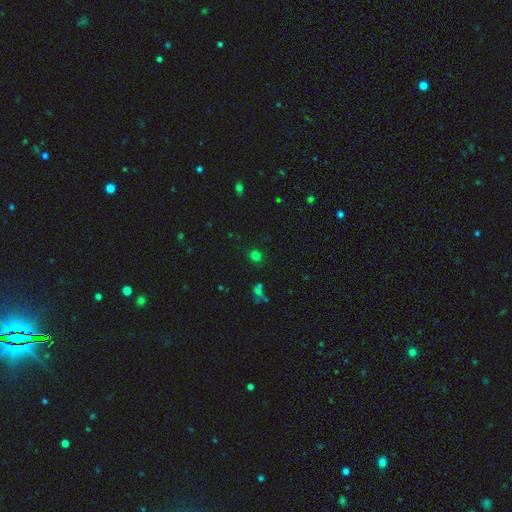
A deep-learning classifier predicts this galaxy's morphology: type=smooth (73%); roundness=round (81%); merging=none (83%).